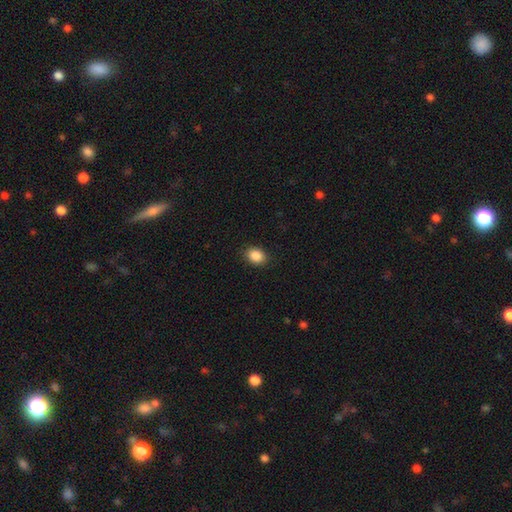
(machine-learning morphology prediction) A smooth galaxy with no disk features (88%) that is in between round and cigar-shaped (63%).

Vote fractions:
- Smooth or featured? smooth: 88% / star or artifact: 9% / featured or disk: 3%
- How rounded? in between: 63% / round: 36% / cigar-shaped: 1%
- Merging? none: 89% / minor disturbance: 8% / major disturbance: 2% / merger: 1%